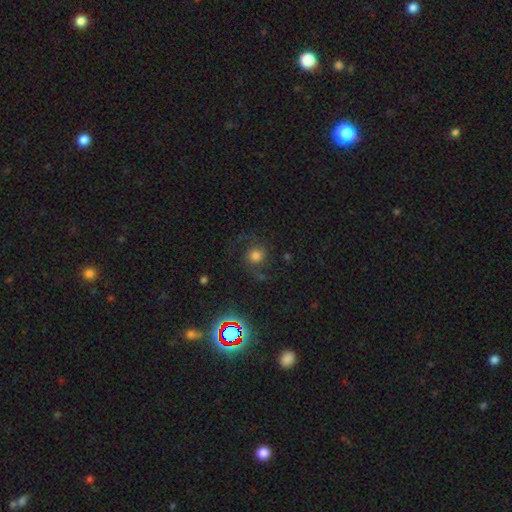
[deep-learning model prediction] smooth-or-featured: featured or disk: 49% | smooth: 35% | star or artifact: 16%
  merging: none: 70% | minor disturbance: 14% | major disturbance: 13% | merger: 3%